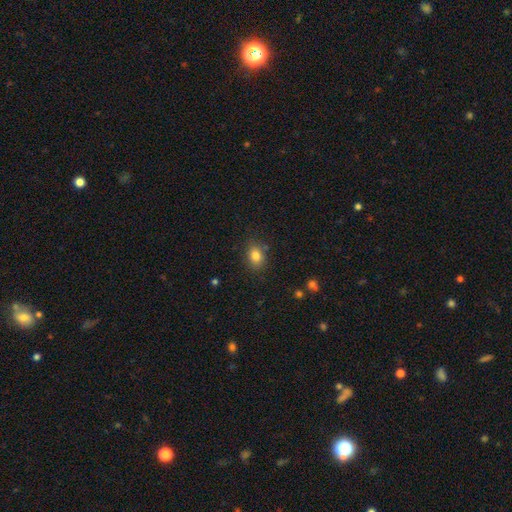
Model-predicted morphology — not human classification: smooth 81%, star or artifact 11%, featured or disk 8%. Down the decision tree: how rounded — in between (62%); merging — none (82%).